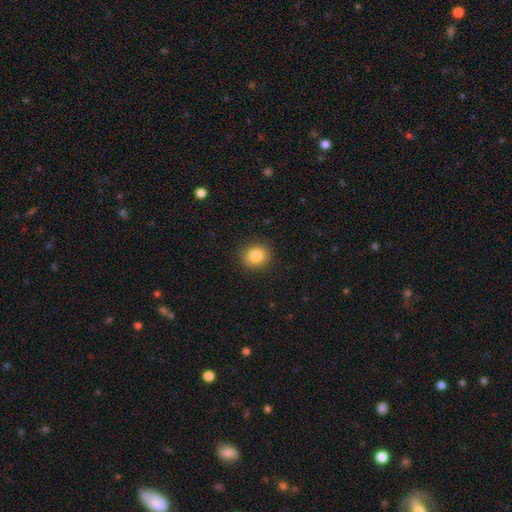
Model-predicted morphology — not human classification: smooth_or_featured: smooth (p=0.85) [alt: star or artifact p=0.10]
how_rounded: round (p=0.77) [alt: in between p=0.22]
merging: none (p=0.89) [alt: minor disturbance p=0.07]